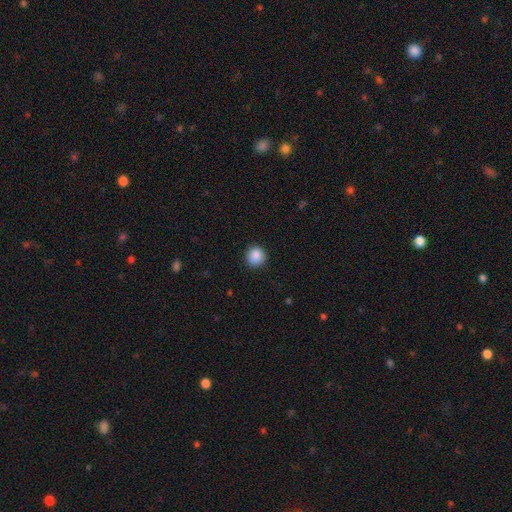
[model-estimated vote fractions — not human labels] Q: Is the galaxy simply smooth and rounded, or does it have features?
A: smooth — 89%.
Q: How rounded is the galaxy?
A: round — 92%.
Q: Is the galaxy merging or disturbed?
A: none — 90%.